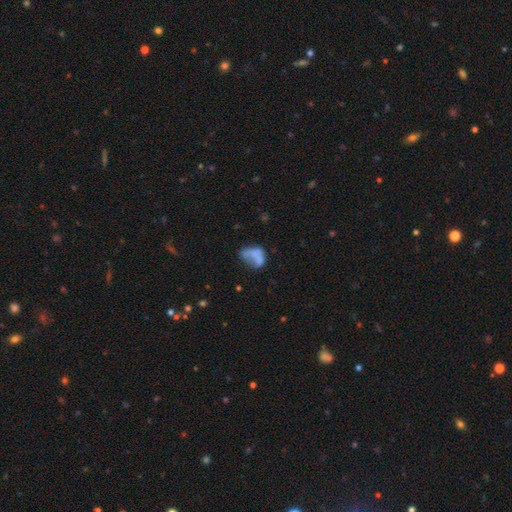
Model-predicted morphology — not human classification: A smooth galaxy with no disk features (59%) that is in between round and cigar-shaped (75%). Merging: major disturbance (37%).